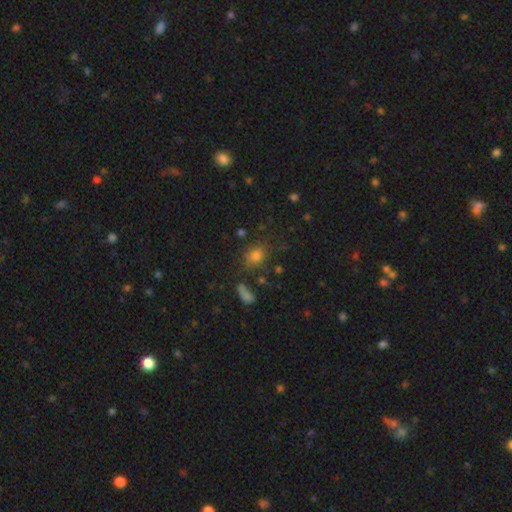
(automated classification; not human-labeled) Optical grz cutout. It shows a smooth galaxy with no disk features (72%) that is round (52%). Merging: none (69%).